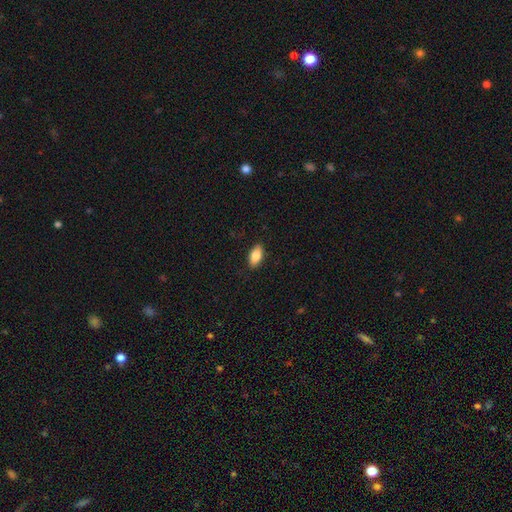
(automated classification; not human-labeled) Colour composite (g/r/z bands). It shows a smooth galaxy with no disk features (84%) that is in between round and cigar-shaped (90%). Merging: none (88%).